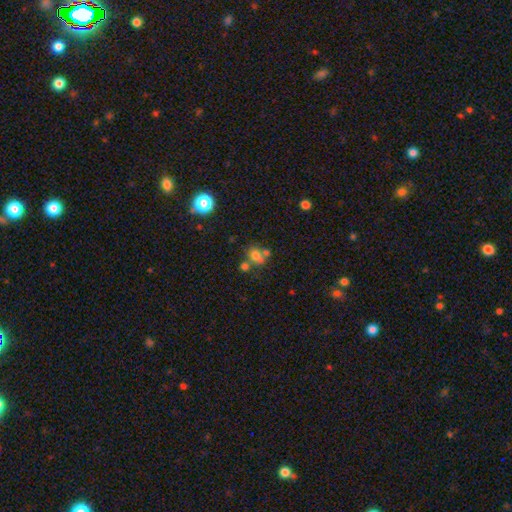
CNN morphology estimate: smooth 68%, featured or disk 16%, star or artifact 16%. Down the decision tree: how rounded — round (56%); merging — none (42%).